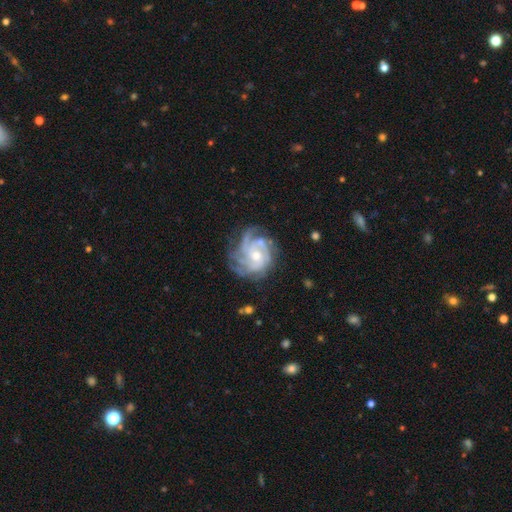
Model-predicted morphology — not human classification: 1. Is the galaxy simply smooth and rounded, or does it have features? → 87% featured or disk, 7% smooth, 6% star or artifact.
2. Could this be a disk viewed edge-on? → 98% no, 2% yes.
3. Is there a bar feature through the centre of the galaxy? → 74% no, 22% weak, 4% strong.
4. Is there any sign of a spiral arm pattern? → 96% yes, 4% no.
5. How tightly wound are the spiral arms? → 62% tight, 31% medium, 7% loose.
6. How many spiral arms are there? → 26% can't tell, 25% 4, 24% 3, 10% 2, 9% more than 4, 6% 1.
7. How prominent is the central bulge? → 52% moderate, 42% small, 3% large, 2% none, 1% dominant.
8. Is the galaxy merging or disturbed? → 63% none, 22% minor disturbance, 13% major disturbance, 3% merger.